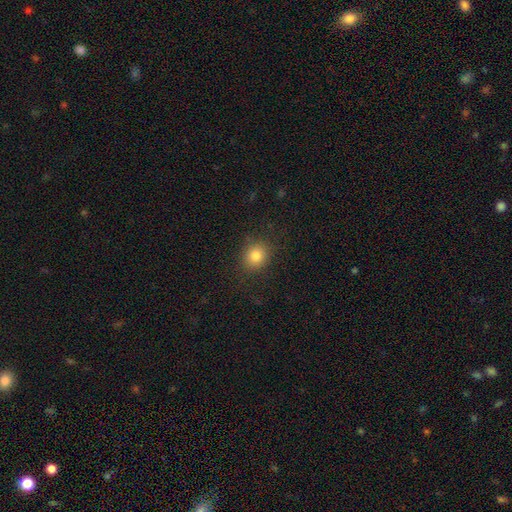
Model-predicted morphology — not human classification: A smooth galaxy with no disk features (82%) that is round (74%).

Vote fractions:
- Smooth or featured? smooth: 82% / star or artifact: 12% / featured or disk: 7%
- How rounded? round: 74% / in between: 26% / cigar-shaped: 1%
- Merging? none: 86% / minor disturbance: 10% / major disturbance: 4% / merger: 1%